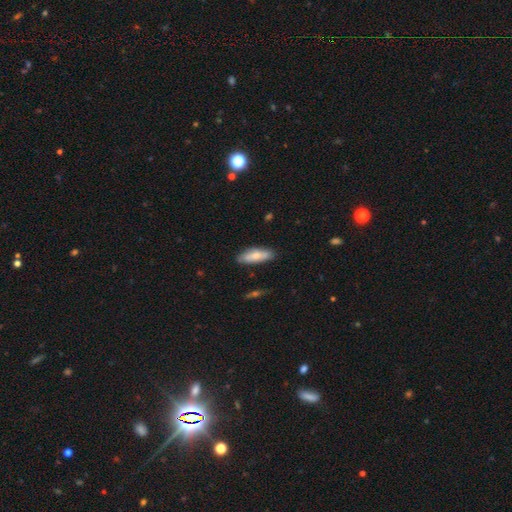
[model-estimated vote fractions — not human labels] This appears to be a smooth galaxy with no disk features (71%) that is in between round and cigar-shaped (61%). Merging: none (81%).